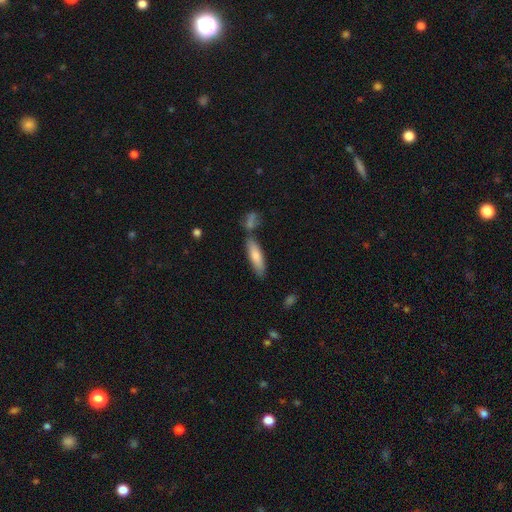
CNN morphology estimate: Smooth or featured?
  - smooth: 77% *
  - featured or disk: 18%
  - star or artifact: 6%
How rounded?
  - cigar-shaped: 62% *
  - in between: 37%
  - round: 2%
Merging?
  - none: 69% *
  - merger: 14%
  - minor disturbance: 13%
  - major disturbance: 4%